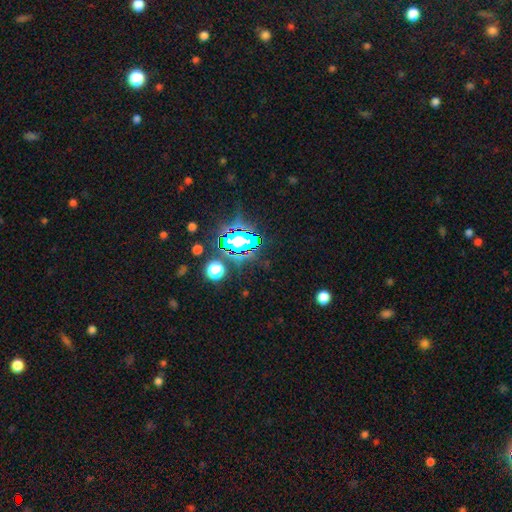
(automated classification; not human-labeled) smooth_or_featured: star or artifact (p=0.80) [alt: smooth p=0.13]